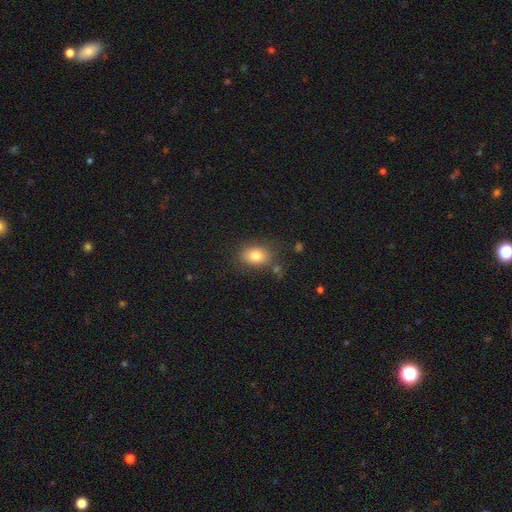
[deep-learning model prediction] Smooth or featured? smooth (81%)
How rounded? in between (78%)
Merging? none (77%)